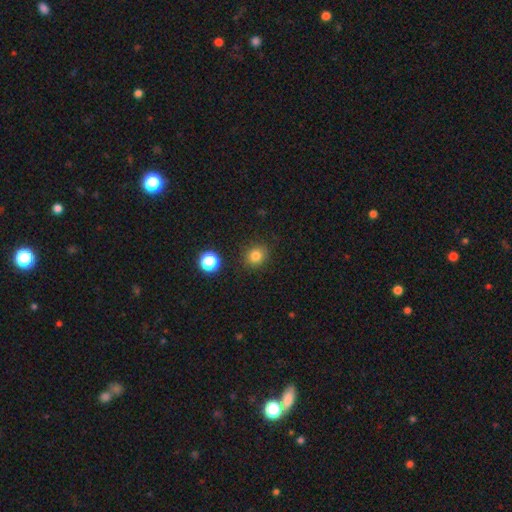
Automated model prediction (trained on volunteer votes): Overall: smooth (81%). How rounded: round (80%). Merging: none (87%).